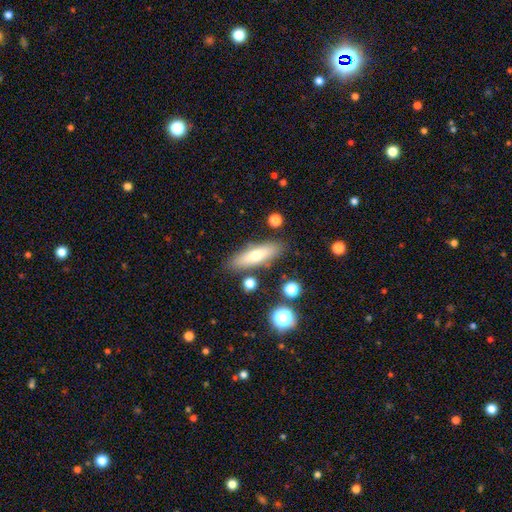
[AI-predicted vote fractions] A smooth galaxy with no disk features (58%) that is cigar-shaped (60%). Merging: none (83%).